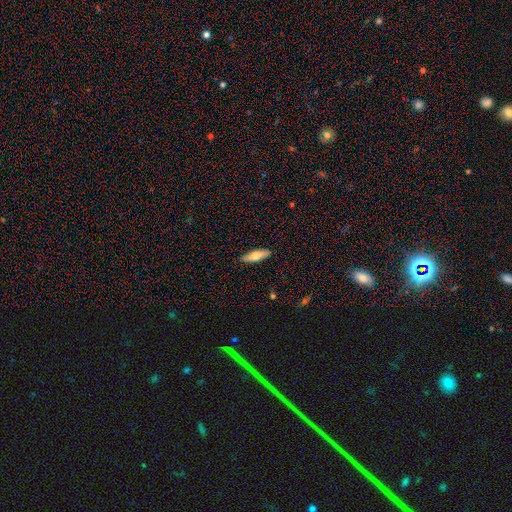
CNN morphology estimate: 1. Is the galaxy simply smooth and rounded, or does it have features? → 70% smooth, 24% featured or disk, 6% star or artifact.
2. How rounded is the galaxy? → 52% in between, 46% cigar-shaped, 2% round.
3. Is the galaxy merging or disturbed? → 88% none, 9% minor disturbance, 2% major disturbance, 1% merger.